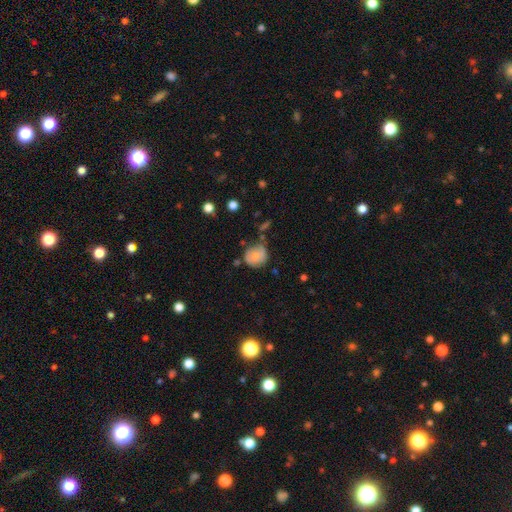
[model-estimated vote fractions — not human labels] This is likely a smooth galaxy (71%). How rounded: likely round (77%). Merging: possibly none (54%).